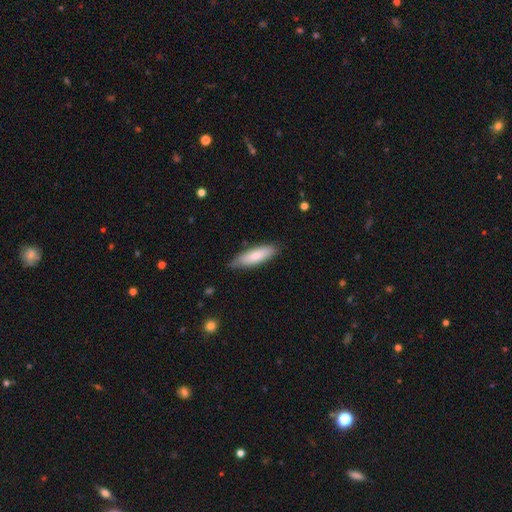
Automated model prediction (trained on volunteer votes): Morphology: type=smooth (81%); roundness=in between (51%); merging=none (76%).